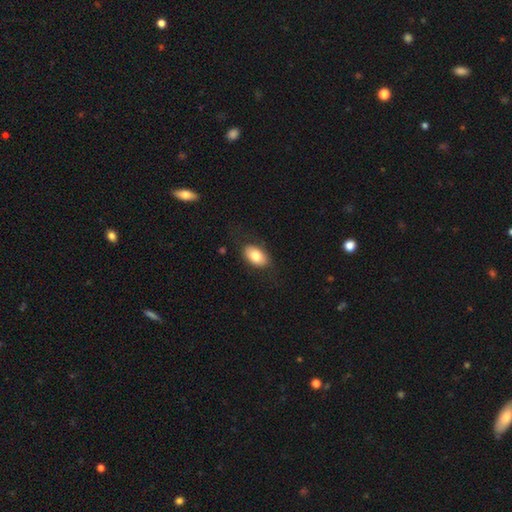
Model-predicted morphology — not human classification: This appears to be a smooth galaxy with no disk features (80%) that is in between round and cigar-shaped (91%). Merging: none (79%).